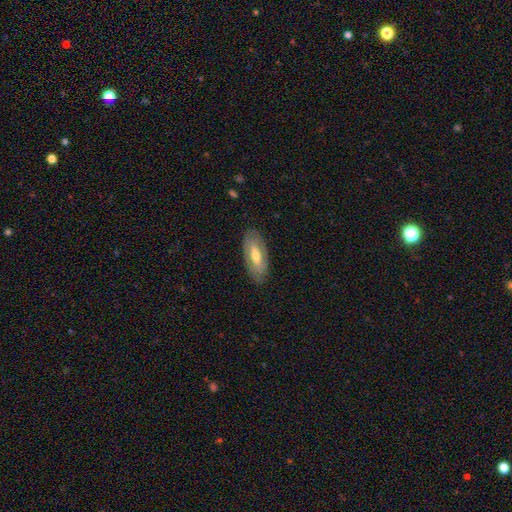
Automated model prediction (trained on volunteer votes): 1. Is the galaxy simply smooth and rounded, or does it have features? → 51% featured or disk, 43% smooth, 6% star or artifact.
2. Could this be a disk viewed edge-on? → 80% no, 20% yes.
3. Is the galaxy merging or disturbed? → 84% none, 12% minor disturbance, 3% major disturbance, 1% merger.